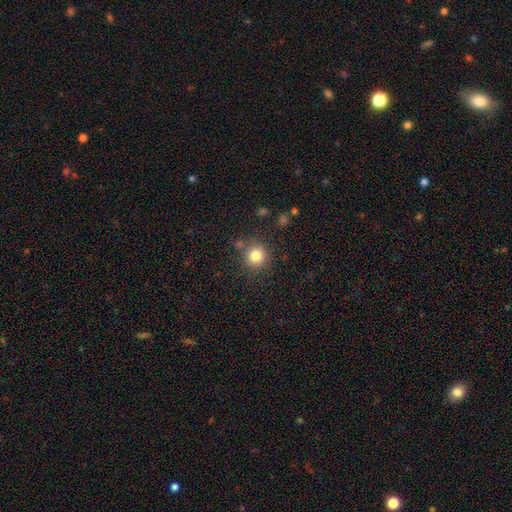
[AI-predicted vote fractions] smooth 82%, star or artifact 12%, featured or disk 6%. Down the decision tree: how rounded — round (92%); merging — none (82%).